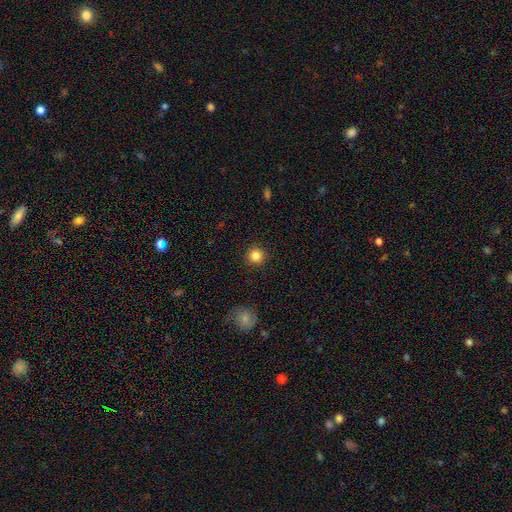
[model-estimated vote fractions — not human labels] This is clearly a smooth galaxy (85%). How rounded: clearly round (95%). Merging: clearly none (92%).